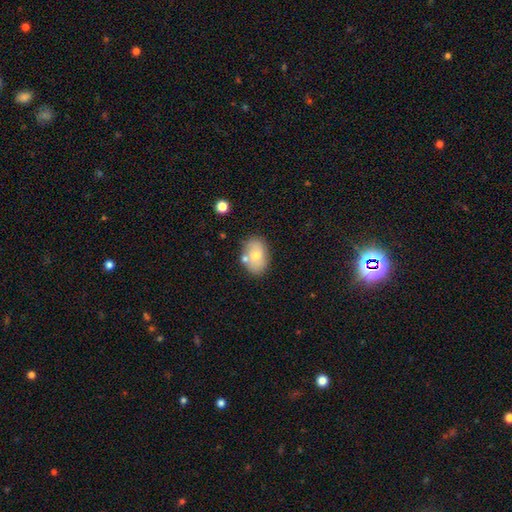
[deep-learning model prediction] smooth_or_featured: smooth (p=0.67) [alt: featured or disk p=0.25]
how_rounded: in between (p=0.81) [alt: round p=0.17]
merging: none (p=0.68) [alt: minor disturbance p=0.17]